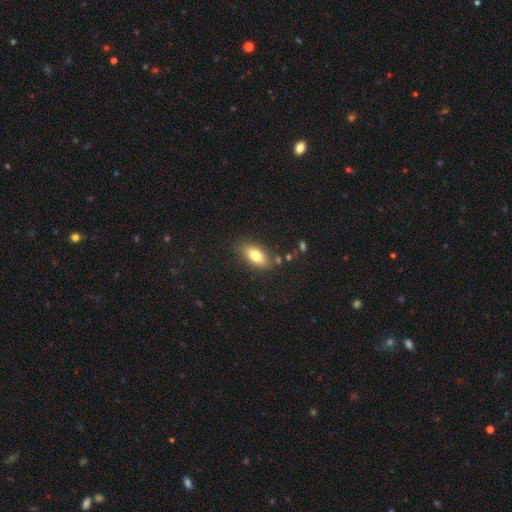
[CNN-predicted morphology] The model was most divided on "smooth or featured": smooth: 77%, featured or disk: 16%, star or artifact: 8%. More confident: how rounded — in between (86%); merging — none (80%).